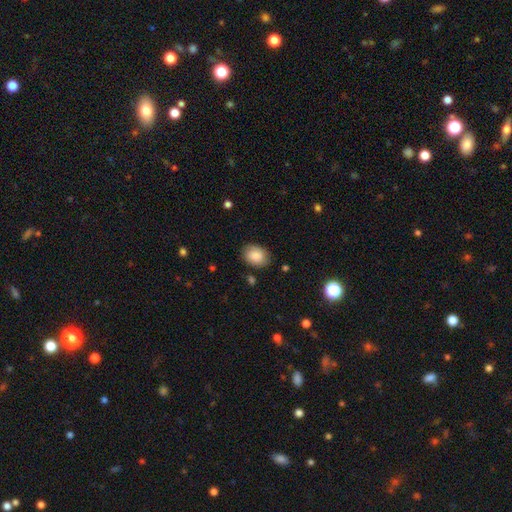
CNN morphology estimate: smooth 86%, star or artifact 7%, featured or disk 7%. Down the decision tree: how rounded — in between (70%); merging — none (84%).